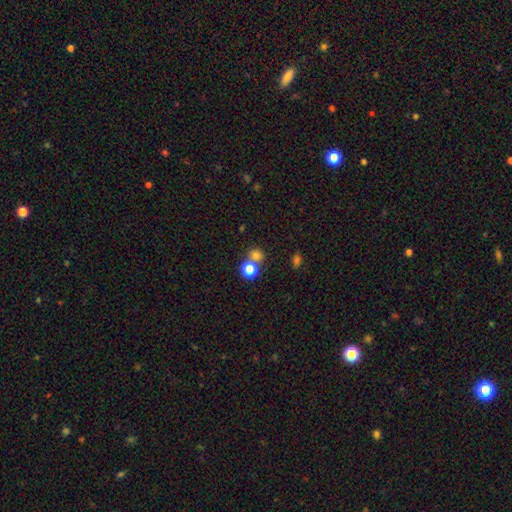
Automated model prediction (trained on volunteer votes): Morphology: type=smooth (75%); roundness=round (83%); merging=none (58%).